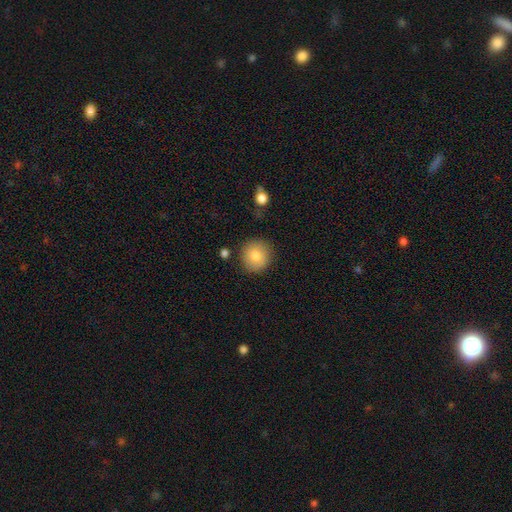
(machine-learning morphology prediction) Overall: smooth (82%). How rounded: round (94%). Merging: none (87%).